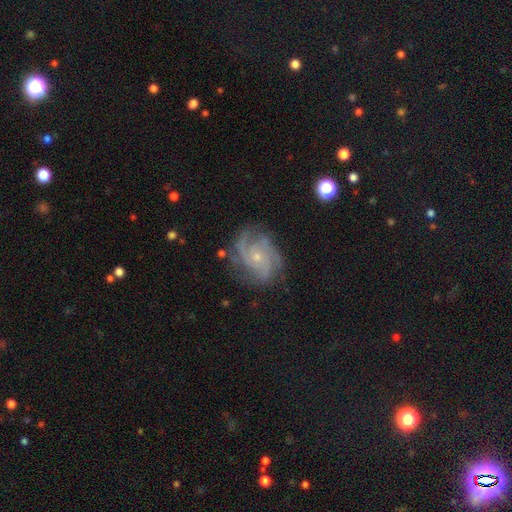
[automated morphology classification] Smooth or featured: featured or disk — 88% (smooth — 6%)
Edge-on disk: no — 98% (yes — 2%)
Bar: no — 74% (weak — 22%)
Spiral arms: yes — 97% (no — 3%)
Spiral winding: tight — 49% (medium — 43%)
Spiral arm count: 3 — 43% (2 — 17%)
Bulge size: small — 75% (moderate — 22%)
Merging: none — 73% (minor disturbance — 18%)